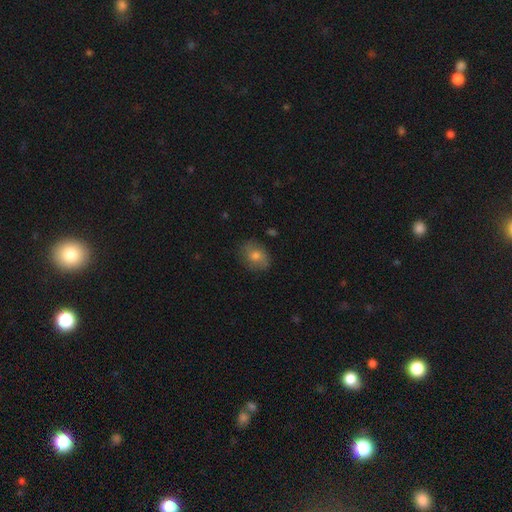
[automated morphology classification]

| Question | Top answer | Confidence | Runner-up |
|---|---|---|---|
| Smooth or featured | smooth | 69% | featured or disk (21%) |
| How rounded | in between | 57% | round (42%) |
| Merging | none | 79% | minor disturbance (16%) |